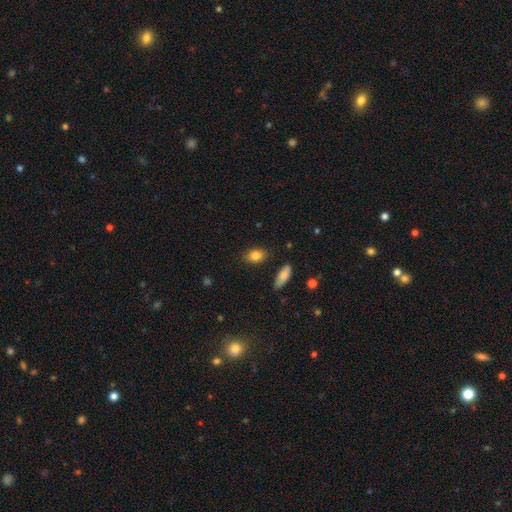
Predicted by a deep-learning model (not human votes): Smooth or featured? Predicted: smooth (p=0.83). How rounded? Predicted: in between (p=0.77). Merging? Predicted: none (p=0.83).